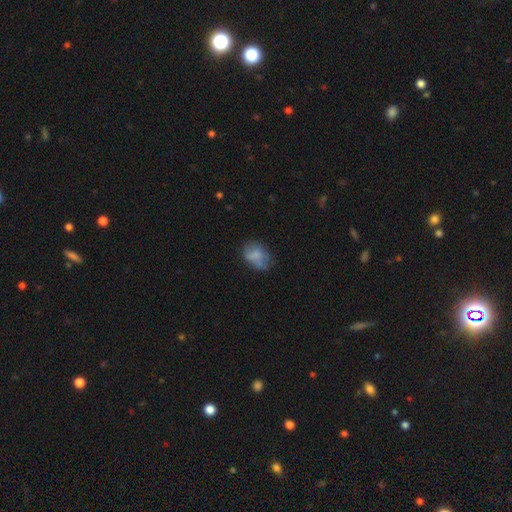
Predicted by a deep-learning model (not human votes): Smooth or featured: smooth — 69% (featured or disk — 21%)
How rounded: in between — 69% (round — 30%)
Merging: none — 49% (minor disturbance — 31%)